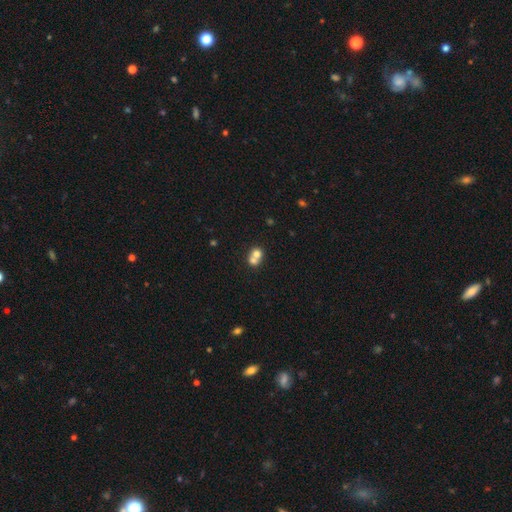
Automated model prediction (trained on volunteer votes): Smooth or featured?
  - smooth: 70% *
  - featured or disk: 20%
  - star or artifact: 11%
How rounded?
  - round: 73% *
  - in between: 26%
  - cigar-shaped: 1%
Merging?
  - merger: 66% *
  - none: 27%
  - minor disturbance: 5%
  - major disturbance: 2%